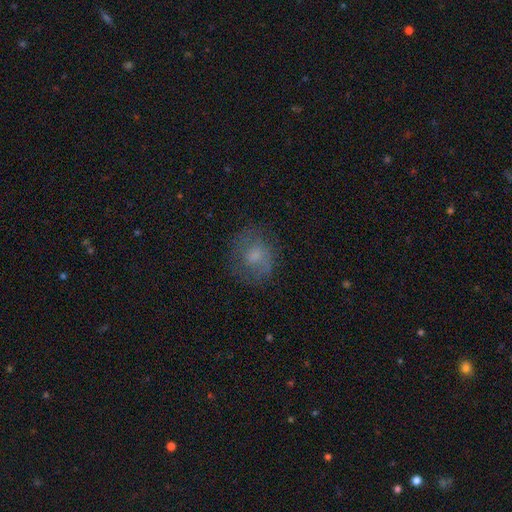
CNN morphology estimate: Q: Smooth or featured?
A: smooth (57%); runner-up: featured or disk (30%)
Q: How rounded?
A: round (70%); runner-up: in between (29%)
Q: Merging?
A: none (68%); runner-up: minor disturbance (19%)